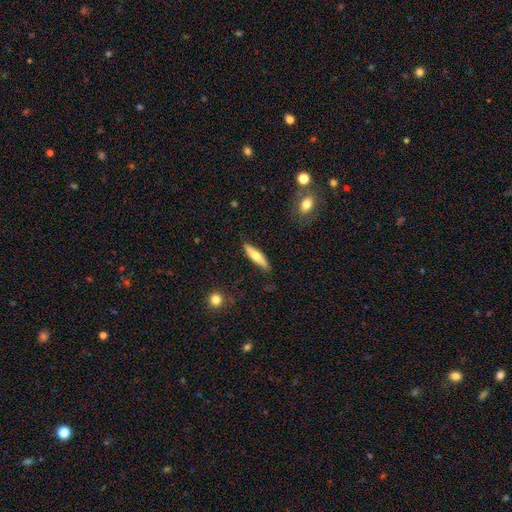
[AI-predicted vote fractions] Morphology: type=smooth (50%); merging=none (88%).